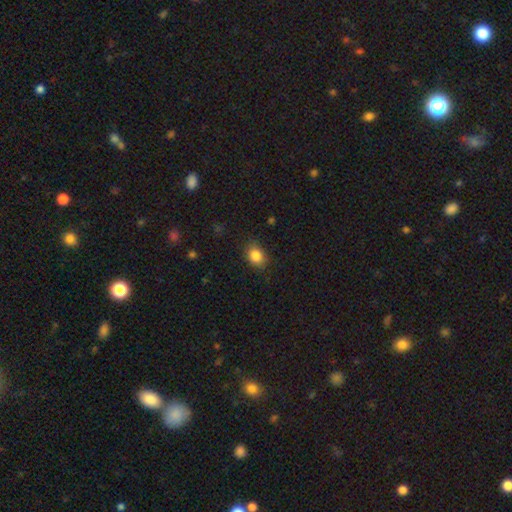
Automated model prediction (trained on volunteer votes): Smooth or featured? Predicted: smooth (p=0.85). How rounded? Predicted: in between (p=0.56). Merging? Predicted: none (p=0.83).